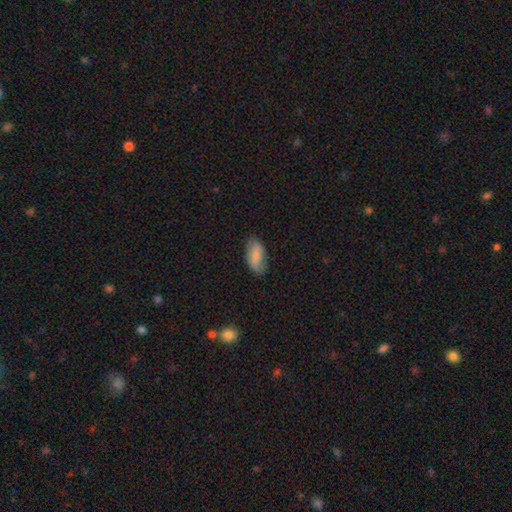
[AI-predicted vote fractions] A smooth galaxy with no disk features (80%) that is in between round and cigar-shaped (91%).

Vote fractions:
- Smooth or featured? smooth: 80% / featured or disk: 13% / star or artifact: 7%
- How rounded? in between: 91% / cigar-shaped: 6% / round: 3%
- Merging? none: 73% / minor disturbance: 22% / major disturbance: 4% / merger: 1%